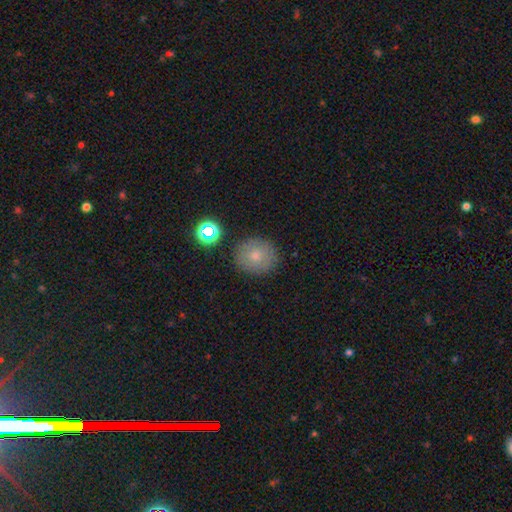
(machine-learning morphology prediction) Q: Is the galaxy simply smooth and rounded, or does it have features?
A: smooth — 75%.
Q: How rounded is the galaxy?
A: round — 89%.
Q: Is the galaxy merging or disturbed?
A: none — 85%.